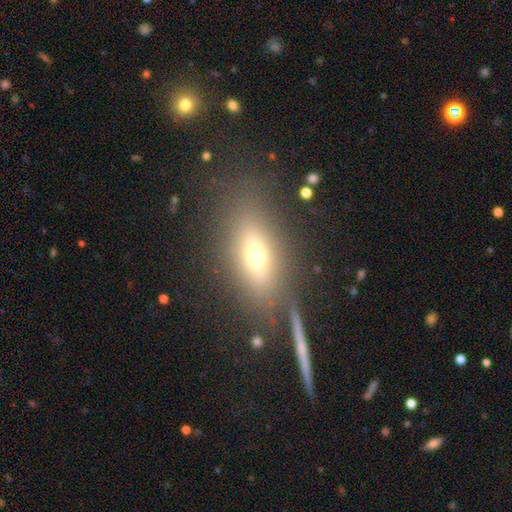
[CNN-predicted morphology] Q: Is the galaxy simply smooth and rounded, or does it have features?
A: smooth — 55%.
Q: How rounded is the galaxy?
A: in between — 69%.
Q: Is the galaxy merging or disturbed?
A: none — 75%.